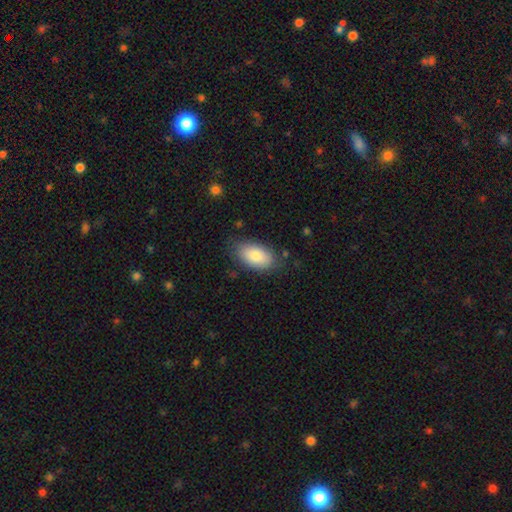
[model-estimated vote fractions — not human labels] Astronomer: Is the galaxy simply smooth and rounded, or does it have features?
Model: smooth — 82%.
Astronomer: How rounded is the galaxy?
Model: in between — 94%.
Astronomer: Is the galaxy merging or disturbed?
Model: none — 78%.